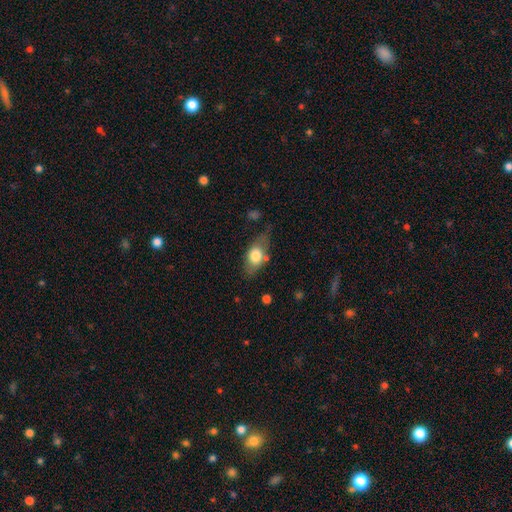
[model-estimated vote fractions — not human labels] The model was most divided on "merging": none: 63%, minor disturbance: 24%, major disturbance: 8%, merger: 5%. More confident: how rounded — in between (84%); smooth or featured — smooth (72%).